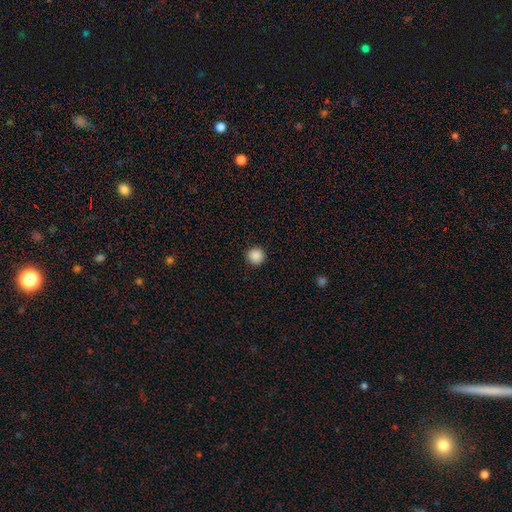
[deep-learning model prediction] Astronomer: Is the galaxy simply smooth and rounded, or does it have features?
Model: smooth — 88%.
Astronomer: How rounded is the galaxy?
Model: round — 95%.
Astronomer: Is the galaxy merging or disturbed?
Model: none — 92%.